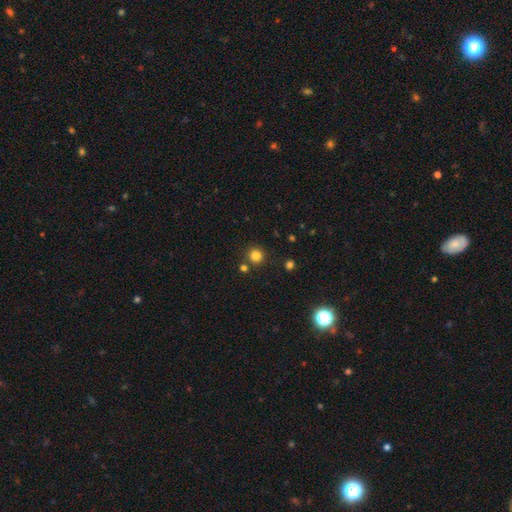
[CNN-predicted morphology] smooth 82%, star or artifact 13%, featured or disk 4%. Down the decision tree: how rounded — round (93%); merging — none (85%).